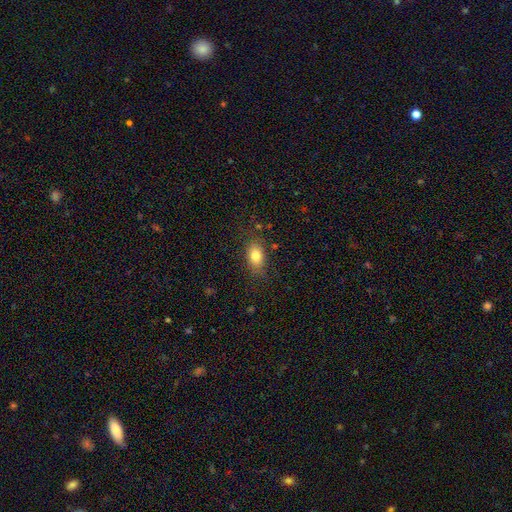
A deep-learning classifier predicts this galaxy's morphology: Smooth or featured? Predicted: smooth (p=0.81). How rounded? Predicted: in between (p=0.85). Merging? Predicted: none (p=0.80).